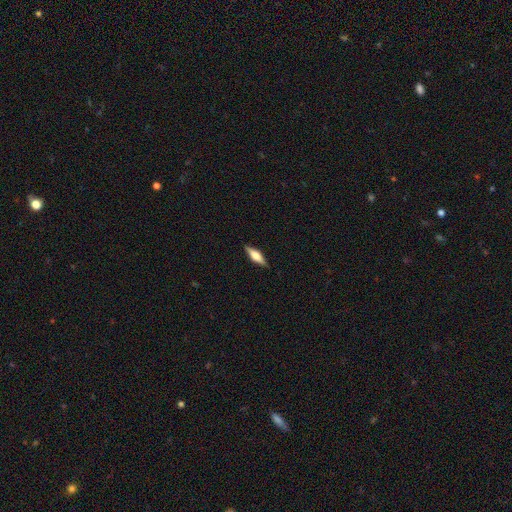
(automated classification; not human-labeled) smooth-or-featured: featured or disk: 52% | smooth: 42% | star or artifact: 6%
  disk-edge-on: yes: 95% | no: 5%
  merging: none: 88% | minor disturbance: 9% | major disturbance: 2% | merger: 1%